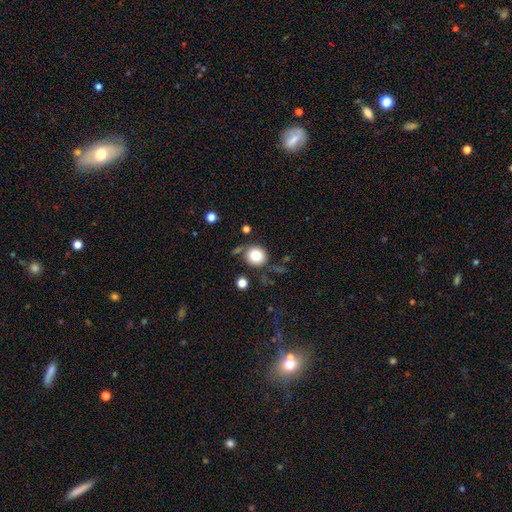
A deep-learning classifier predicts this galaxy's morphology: type=smooth (82%); roundness=round (90%); merging=none (79%).